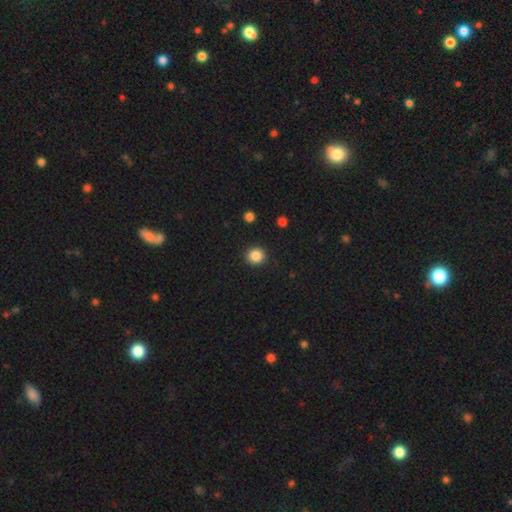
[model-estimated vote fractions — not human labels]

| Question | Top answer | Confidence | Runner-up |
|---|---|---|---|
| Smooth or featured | smooth | 86% | star or artifact (10%) |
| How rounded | round | 90% | in between (9%) |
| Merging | none | 92% | minor disturbance (5%) |